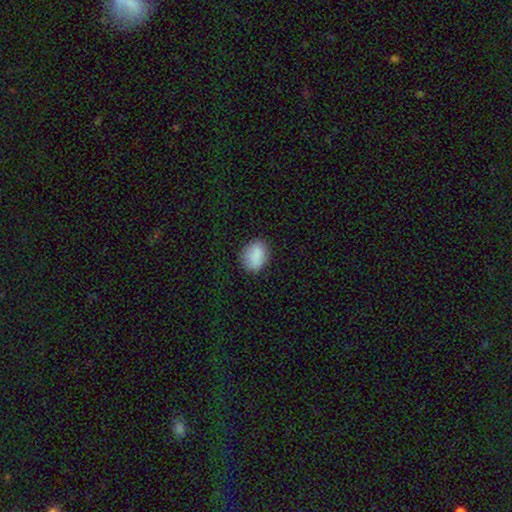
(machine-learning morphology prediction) Overall: smooth (87%). How rounded: in between (61%; round 38%). Merging: none (82%).